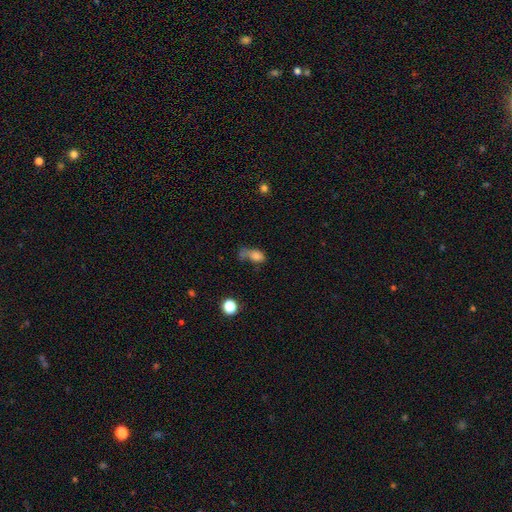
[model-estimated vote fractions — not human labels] Q: Smooth or featured?
A: smooth (73%); runner-up: featured or disk (14%)
Q: How rounded?
A: in between (76%); runner-up: round (19%)
Q: Merging?
A: major disturbance (30%); runner-up: none (26%)